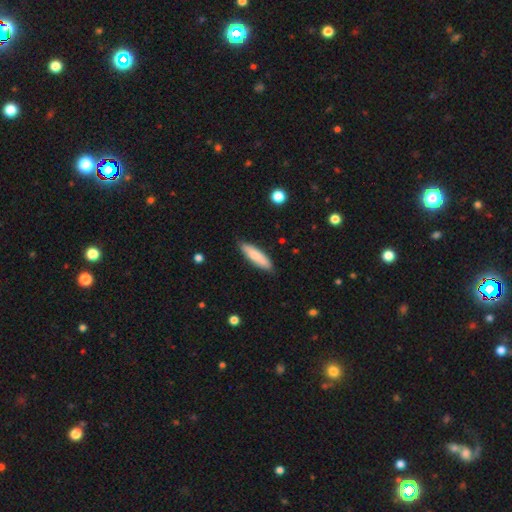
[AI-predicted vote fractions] This appears to be a smooth galaxy with no disk features (78%) that is cigar-shaped (64%). Merging: none (86%).